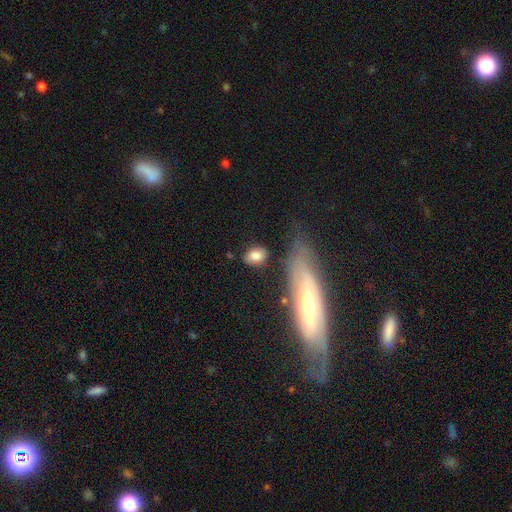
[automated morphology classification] smooth 79%, featured or disk 13%, star or artifact 8%. Down the decision tree: how rounded — in between (74%); merging — none (75%).